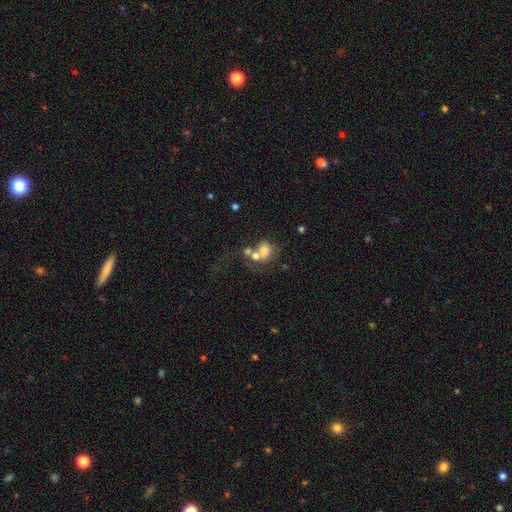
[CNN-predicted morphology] This appears to be a smooth galaxy with no disk features (61%) that is in between round and cigar-shaped (56%). Merging: merger (51%).